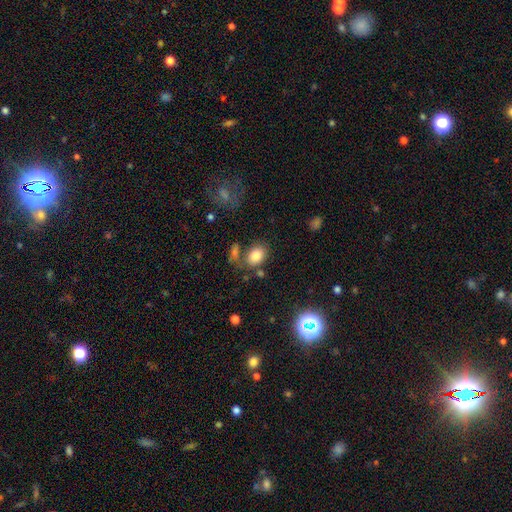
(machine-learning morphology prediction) Smooth or featured: smooth — 82% (star or artifact — 9%)
How rounded: in between — 77% (round — 22%)
Merging: none — 66% (merger — 14%)